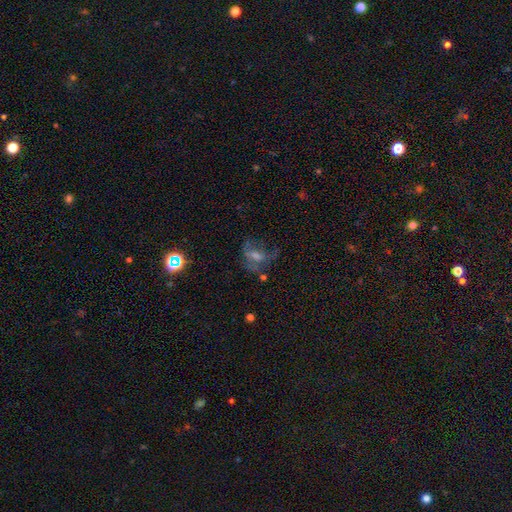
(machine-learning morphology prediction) Q: Smooth or featured?
A: featured or disk (43%); runner-up: smooth (39%)
Q: Merging?
A: major disturbance (39%); runner-up: none (36%)